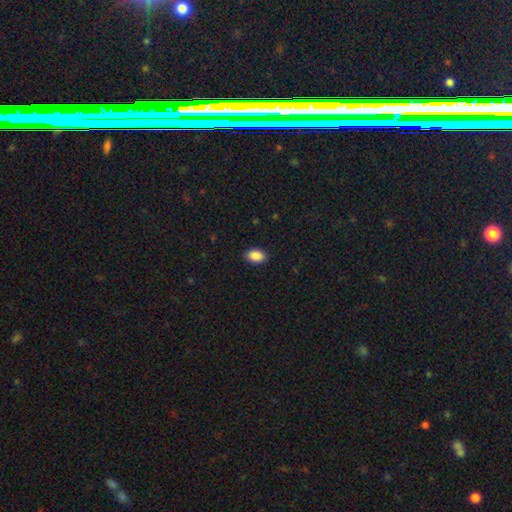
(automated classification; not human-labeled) Smooth or featured?
  - smooth: 89% *
  - star or artifact: 7%
  - featured or disk: 3%
How rounded?
  - in between: 89% *
  - round: 10%
  - cigar-shaped: 1%
Merging?
  - none: 88% *
  - minor disturbance: 9%
  - major disturbance: 2%
  - merger: 1%